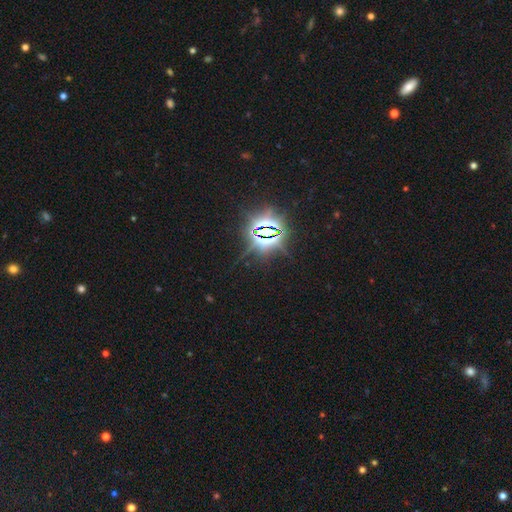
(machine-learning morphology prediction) A star or artifact, not a galaxy (87%).

Vote fractions:
- Smooth or featured? star or artifact: 87% / smooth: 7% / featured or disk: 5%